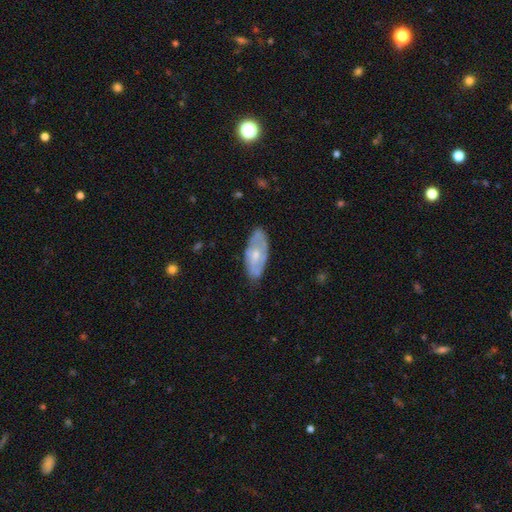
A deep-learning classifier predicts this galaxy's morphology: Smooth or featured?
  - featured or disk: 52% *
  - smooth: 42%
  - star or artifact: 6%
Edge-on disk?
  - no: 87% *
  - yes: 13%
Merging?
  - none: 71% *
  - minor disturbance: 22%
  - major disturbance: 5%
  - merger: 2%